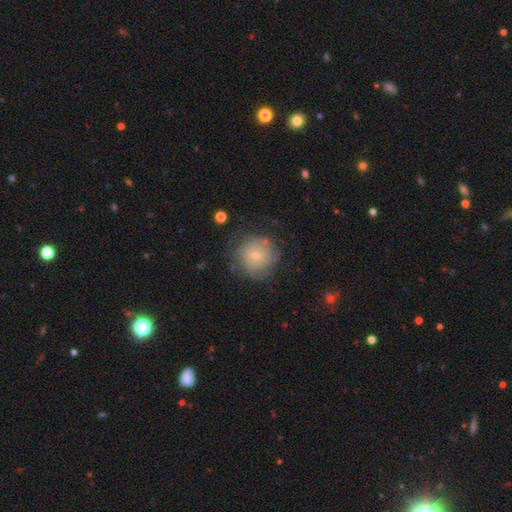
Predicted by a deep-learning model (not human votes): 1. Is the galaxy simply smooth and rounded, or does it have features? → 56% smooth, 35% featured or disk, 9% star or artifact.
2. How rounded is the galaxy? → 92% round, 7% in between, 1% cigar-shaped.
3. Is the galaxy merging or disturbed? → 68% none, 20% minor disturbance, 10% major disturbance, 2% merger.